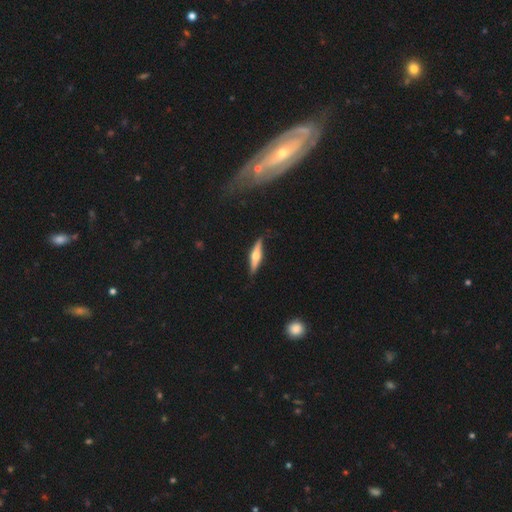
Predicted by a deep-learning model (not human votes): Smooth or featured? featured or disk (64%)
Edge-on disk? yes (95%)
Edge-on bulge? rounded (94%)
Merging? none (84%)